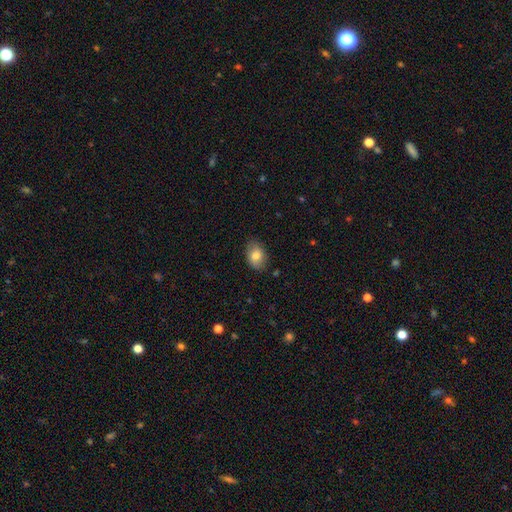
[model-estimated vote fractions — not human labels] Smooth or featured? Predicted: smooth (p=0.80). How rounded? Predicted: in between (p=0.80). Merging? Predicted: none (p=0.81).